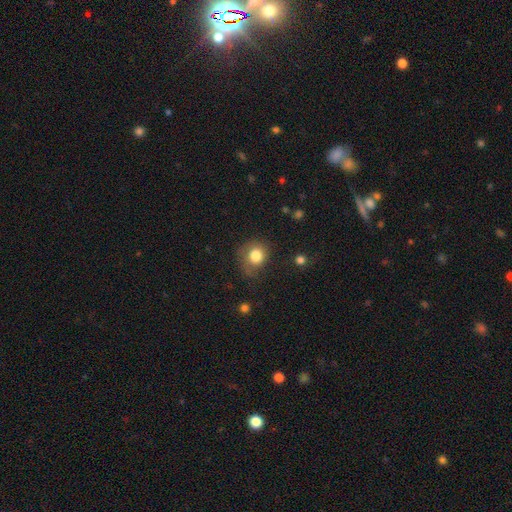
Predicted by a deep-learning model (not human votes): Smooth or featured?
  - smooth: 81% *
  - star or artifact: 10%
  - featured or disk: 9%
How rounded?
  - round: 76% *
  - in between: 24%
  - cigar-shaped: 1%
Merging?
  - none: 59% *
  - minor disturbance: 27%
  - major disturbance: 13%
  - merger: 2%